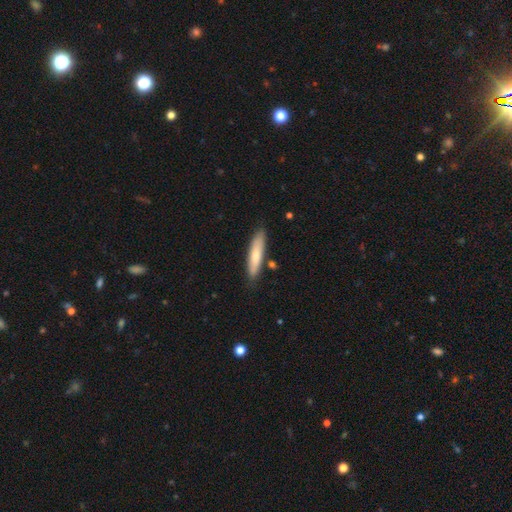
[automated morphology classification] This is likely a smooth galaxy (73%). How rounded: likely cigar-shaped (75%). Merging: clearly none (81%).